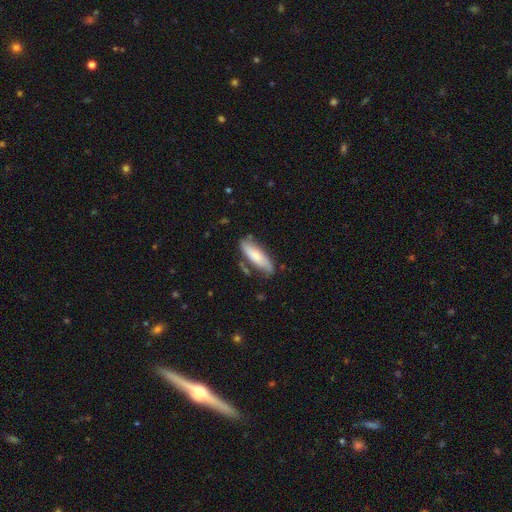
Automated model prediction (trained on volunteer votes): Q: Smooth or featured?
A: smooth (68%); runner-up: featured or disk (26%)
Q: How rounded?
A: in between (51%); runner-up: cigar-shaped (47%)
Q: Merging?
A: none (71%); runner-up: minor disturbance (19%)